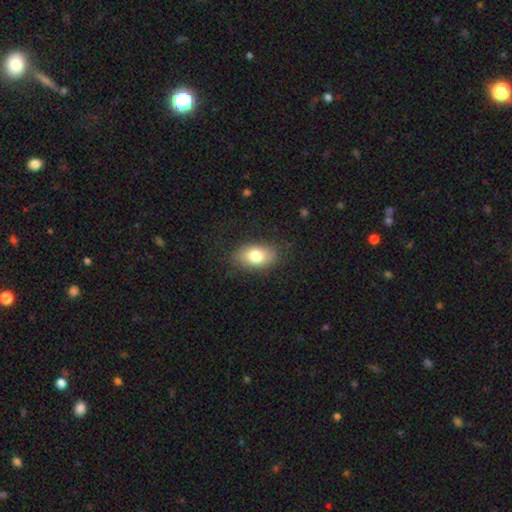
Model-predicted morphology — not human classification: This is likely a smooth galaxy (78%). How rounded: clearly in between (89%). Merging: clearly none (82%).